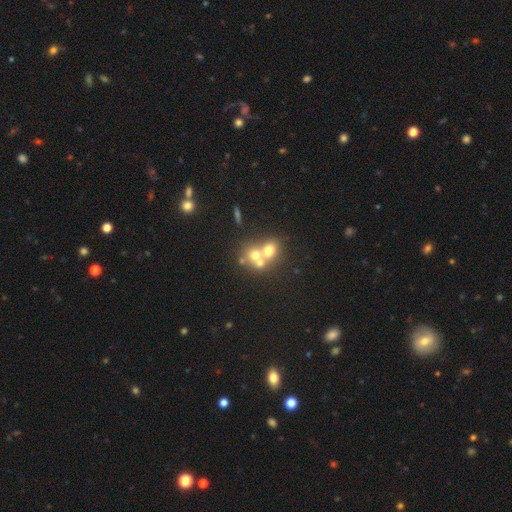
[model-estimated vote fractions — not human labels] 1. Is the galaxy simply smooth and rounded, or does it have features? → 59% smooth, 25% featured or disk, 16% star or artifact.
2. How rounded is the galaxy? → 74% round, 25% in between, 1% cigar-shaped.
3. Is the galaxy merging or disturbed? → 60% merger, 31% none, 6% minor disturbance, 3% major disturbance.